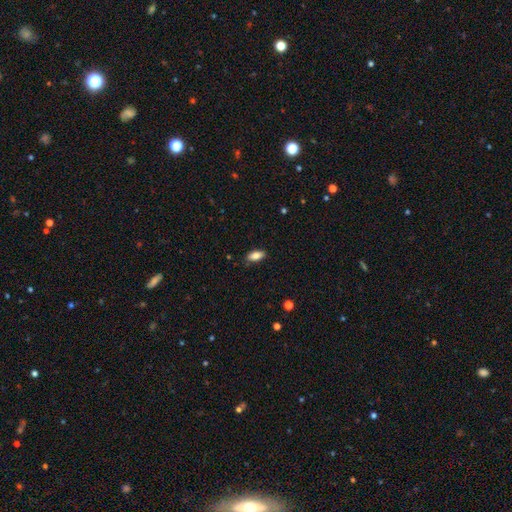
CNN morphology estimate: This is clearly a smooth galaxy (82%). How rounded: clearly in between (86%). Merging: clearly none (85%).